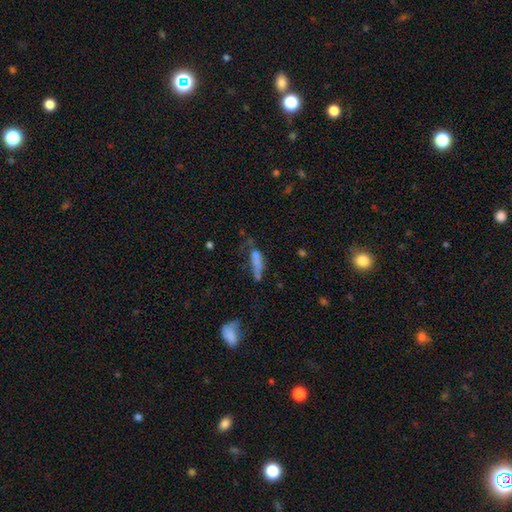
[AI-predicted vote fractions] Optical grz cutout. It shows a smooth galaxy with no disk features (57%) that is cigar-shaped (54%). Merging: major disturbance (30%).